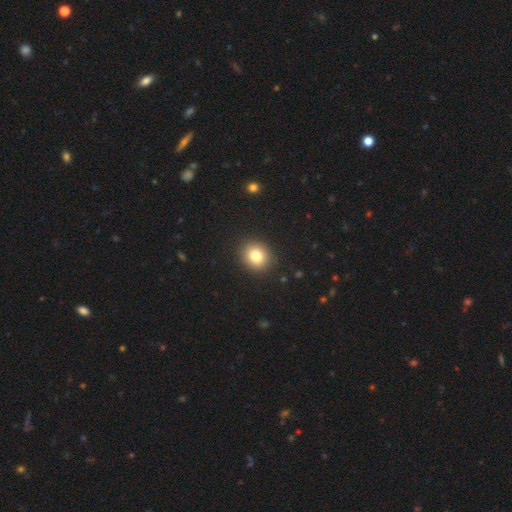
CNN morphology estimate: A smooth galaxy with no disk features (81%) that is round (69%).

Vote fractions:
- Smooth or featured? smooth: 81% / star or artifact: 10% / featured or disk: 8%
- How rounded? round: 69% / in between: 31% / cigar-shaped: 1%
- Merging? none: 90% / minor disturbance: 7% / major disturbance: 2% / merger: 1%